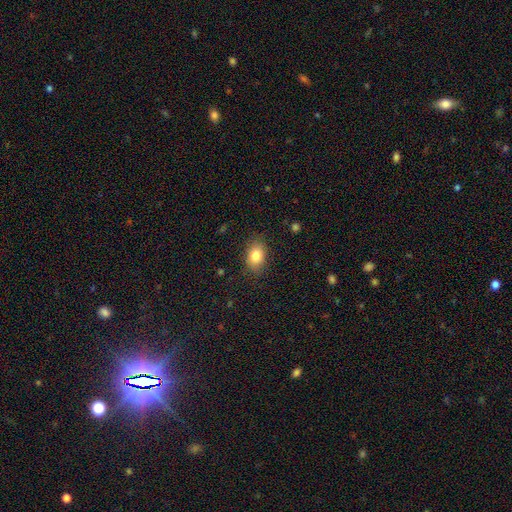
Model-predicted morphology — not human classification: A smooth galaxy with no disk features (83%) that is in between round and cigar-shaped (80%).

Vote fractions:
- Smooth or featured? smooth: 83% / star or artifact: 9% / featured or disk: 8%
- How rounded? in between: 80% / round: 19% / cigar-shaped: 1%
- Merging? none: 84% / minor disturbance: 12% / major disturbance: 3% / merger: 1%